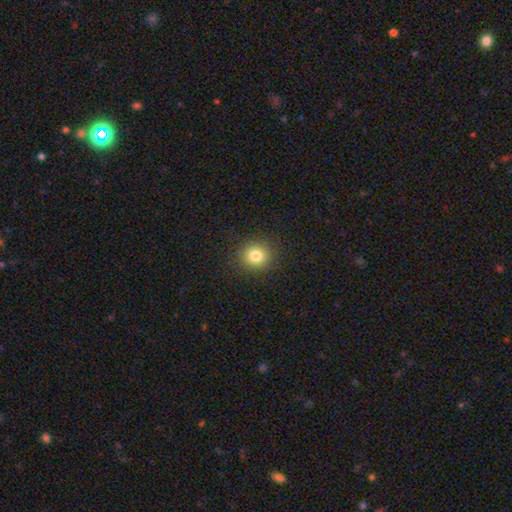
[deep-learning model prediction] This is clearly a smooth galaxy (81%). How rounded: clearly round (88%). Merging: clearly none (90%).